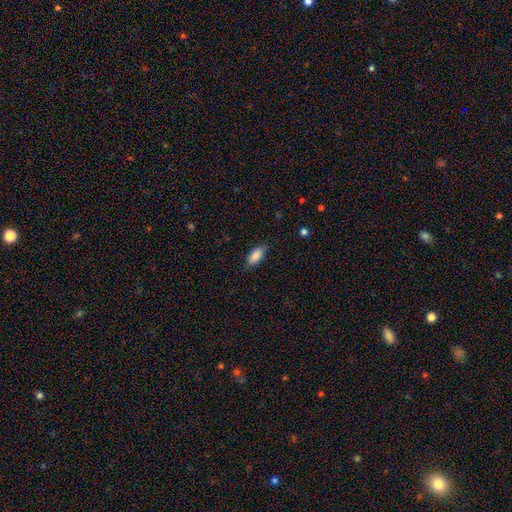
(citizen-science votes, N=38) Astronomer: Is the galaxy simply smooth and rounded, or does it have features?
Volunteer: smooth — 87%.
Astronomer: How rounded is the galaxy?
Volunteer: in between — 82%.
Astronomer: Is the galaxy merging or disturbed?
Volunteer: none — 80%.